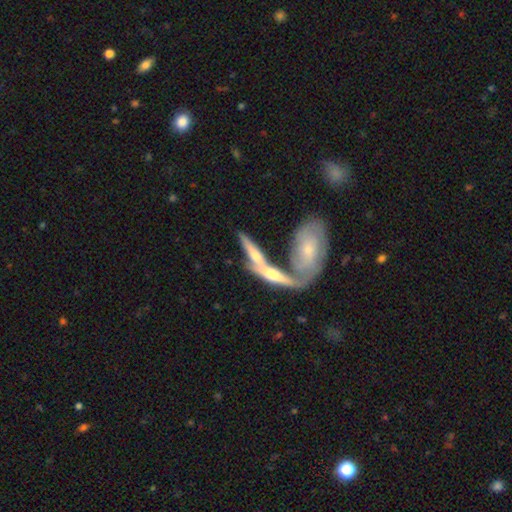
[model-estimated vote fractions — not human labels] smooth_or_featured: featured or disk (p=0.59) [alt: smooth p=0.35]
disk_edge_on: yes (p=0.63) [alt: no p=0.37]
merging: merger (p=0.56) [alt: none p=0.29]